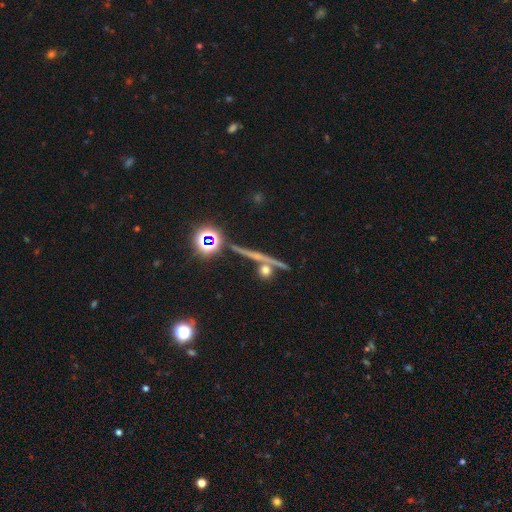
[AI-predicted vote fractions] Q: Smooth or featured?
A: featured or disk (49%); runner-up: star or artifact (30%)
Q: Merging?
A: none (77%); runner-up: merger (11%)